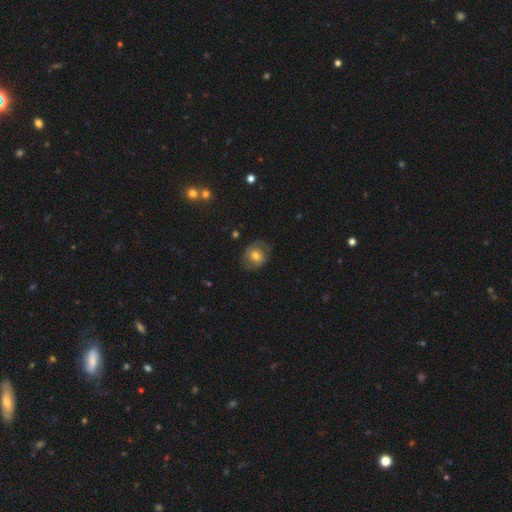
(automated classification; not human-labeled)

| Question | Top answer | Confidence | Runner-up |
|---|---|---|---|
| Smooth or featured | smooth | 61% | featured or disk (30%) |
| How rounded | round | 69% | in between (30%) |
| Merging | none | 74% | minor disturbance (18%) |